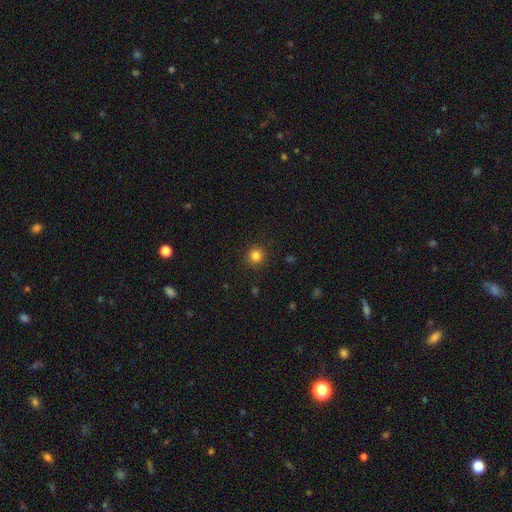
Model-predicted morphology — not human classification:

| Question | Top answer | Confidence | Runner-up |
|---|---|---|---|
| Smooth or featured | smooth | 82% | star or artifact (13%) |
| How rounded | round | 93% | in between (6%) |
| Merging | none | 91% | minor disturbance (6%) |